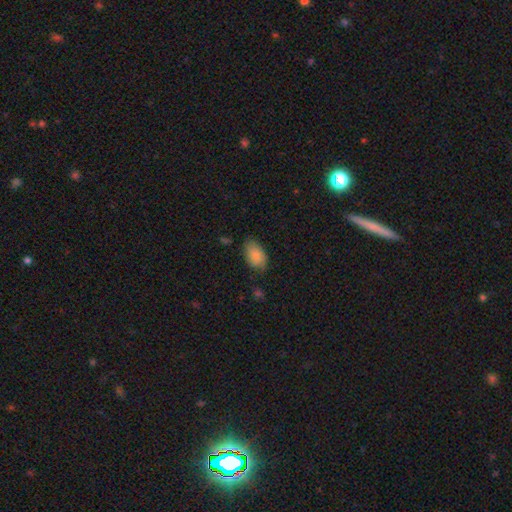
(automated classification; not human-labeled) smooth 85%, featured or disk 8%, star or artifact 7%. Down the decision tree: how rounded — in between (92%); merging — none (74%).